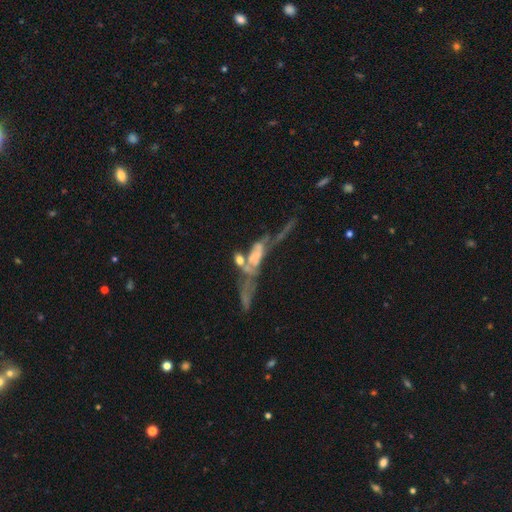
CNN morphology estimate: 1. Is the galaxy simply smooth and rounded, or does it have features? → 55% featured or disk, 32% smooth, 13% star or artifact.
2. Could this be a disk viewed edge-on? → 77% no, 23% yes.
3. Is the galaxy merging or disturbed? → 47% merger, 31% major disturbance, 13% none, 9% minor disturbance.